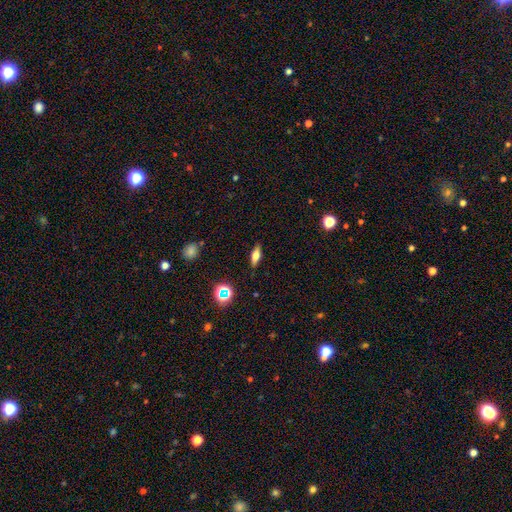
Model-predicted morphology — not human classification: A smooth galaxy with no disk features (57%) that is in between round and cigar-shaped (56%). Merging: none (87%).